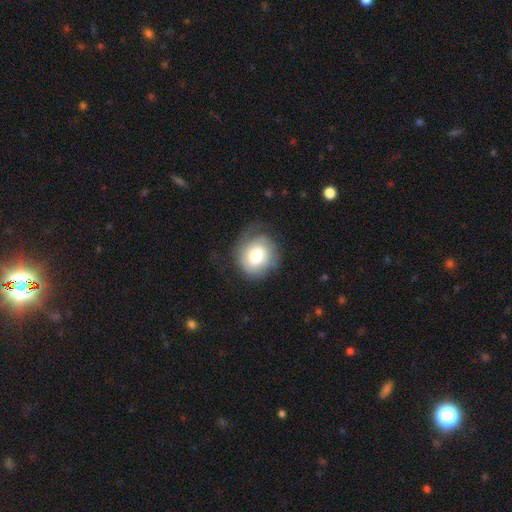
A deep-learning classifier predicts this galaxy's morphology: A smooth galaxy with no disk features (60%) that is round (79%).

Vote fractions:
- Smooth or featured? smooth: 60% / featured or disk: 33% / star or artifact: 7%
- How rounded? round: 79% / in between: 21% / cigar-shaped: 1%
- Merging? none: 55% / minor disturbance: 25% / major disturbance: 18% / merger: 2%